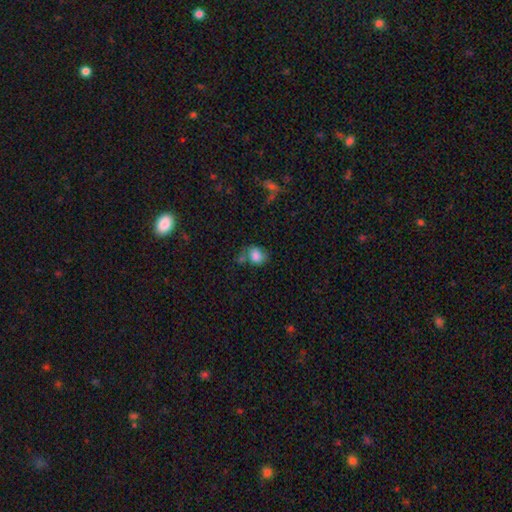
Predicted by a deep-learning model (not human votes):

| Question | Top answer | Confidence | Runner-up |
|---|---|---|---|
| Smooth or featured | smooth | 79% | featured or disk (11%) |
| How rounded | round | 51% | in between (48%) |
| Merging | none | 46% | minor disturbance (23%) |